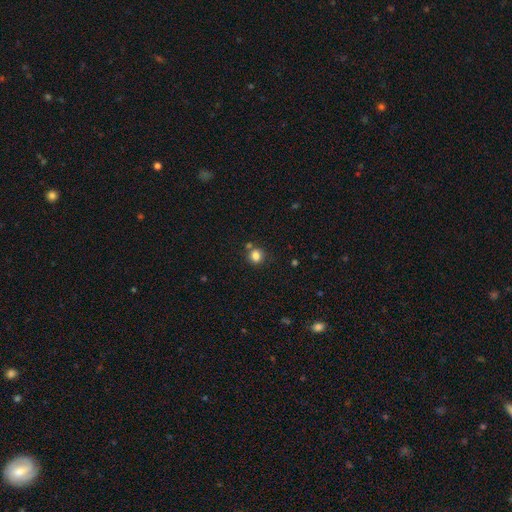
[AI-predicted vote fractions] Smooth or featured?
  - smooth: 82% *
  - star or artifact: 12%
  - featured or disk: 6%
How rounded?
  - round: 85% *
  - in between: 14%
  - cigar-shaped: 1%
Merging?
  - none: 74% *
  - merger: 12%
  - minor disturbance: 11%
  - major disturbance: 3%